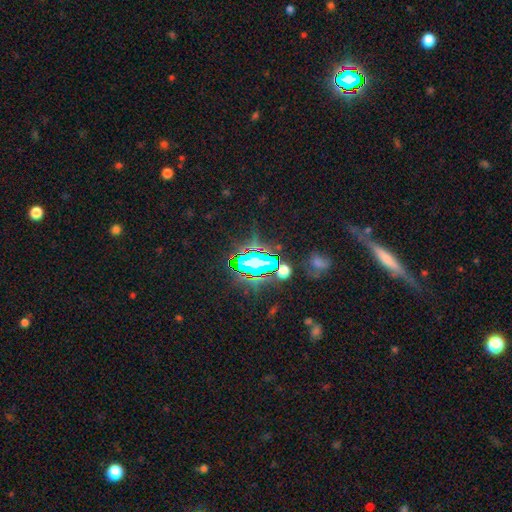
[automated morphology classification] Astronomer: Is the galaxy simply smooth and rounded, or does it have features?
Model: star or artifact — 77%.